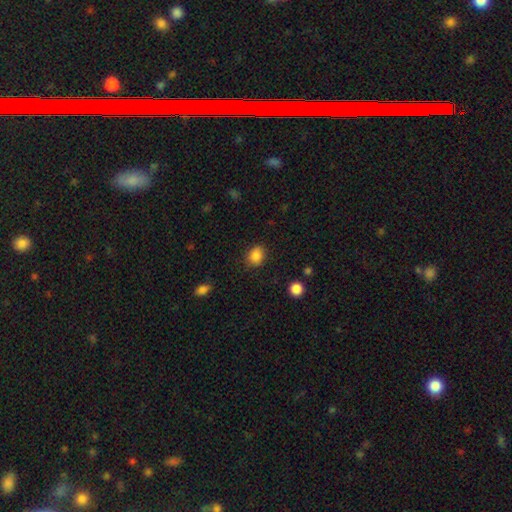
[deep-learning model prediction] A smooth galaxy with no disk features (85%) that is round (55%). Merging: none (81%).